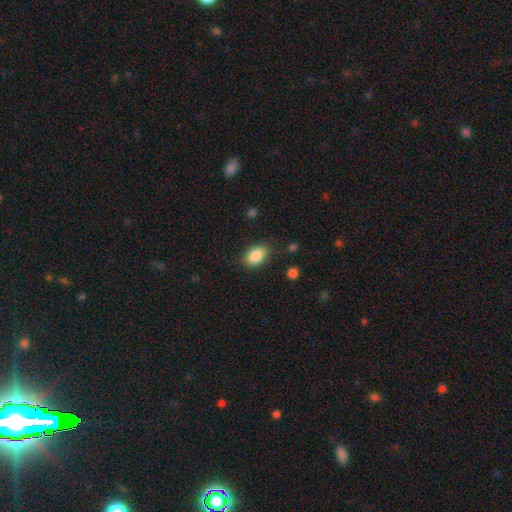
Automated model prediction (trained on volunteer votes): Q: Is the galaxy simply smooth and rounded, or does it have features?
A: smooth — 87%.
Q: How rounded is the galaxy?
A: in between — 87%.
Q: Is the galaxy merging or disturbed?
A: none — 80%.